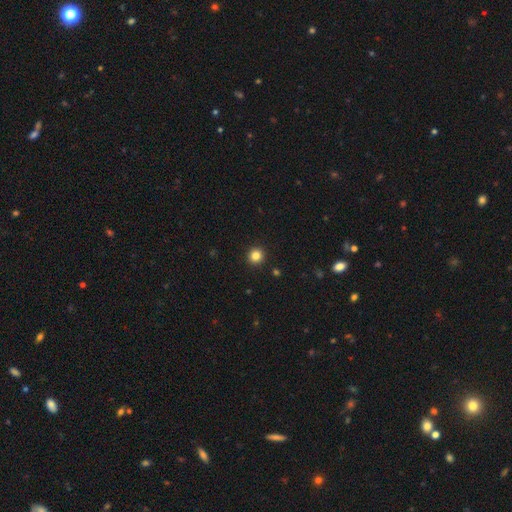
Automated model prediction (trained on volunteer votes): smooth-or-featured: smooth: 83% | star or artifact: 12% | featured or disk: 4%
  how-rounded: round: 95% | in between: 4% | cigar-shaped: 1%
  merging: none: 93% | minor disturbance: 4% | major disturbance: 2% | merger: 1%